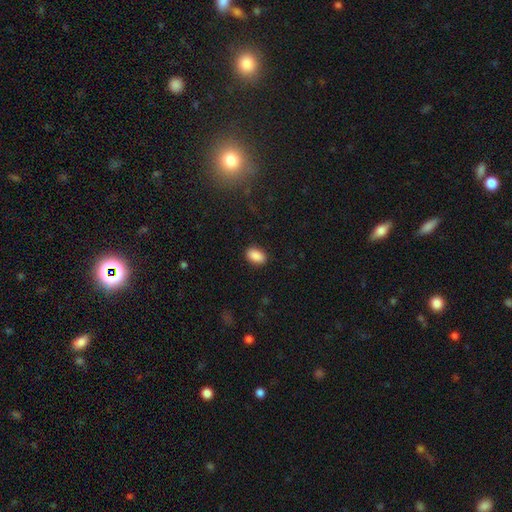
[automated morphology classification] smooth-or-featured: smooth: 89% | star or artifact: 8% | featured or disk: 3%
  how-rounded: in between: 90% | round: 9% | cigar-shaped: 1%
  merging: none: 88% | minor disturbance: 9% | major disturbance: 2% | merger: 1%